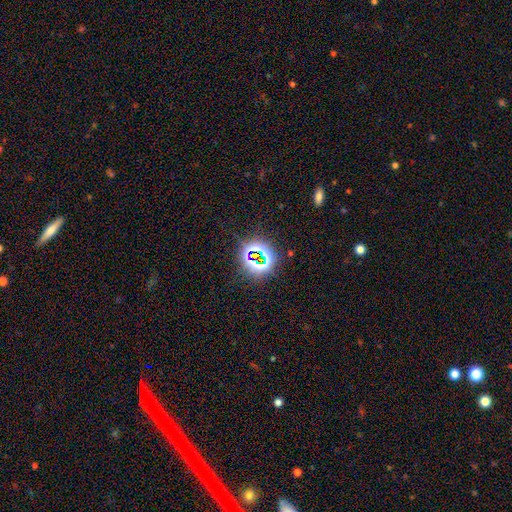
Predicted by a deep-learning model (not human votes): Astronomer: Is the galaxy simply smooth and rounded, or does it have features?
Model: star or artifact — 75%.